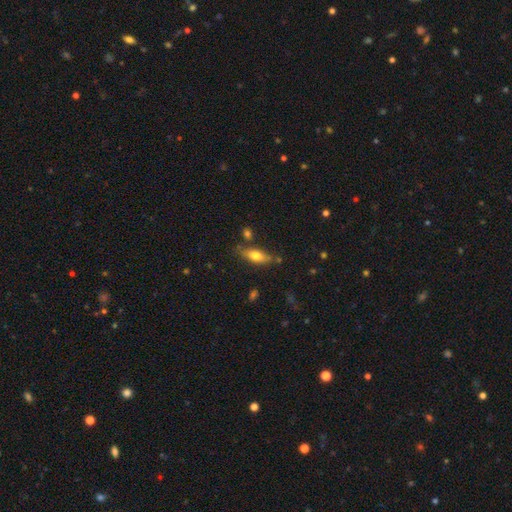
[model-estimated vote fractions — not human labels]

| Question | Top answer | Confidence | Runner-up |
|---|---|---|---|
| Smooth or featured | smooth | 68% | featured or disk (25%) |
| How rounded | in between | 70% | cigar-shaped (27%) |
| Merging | none | 71% | minor disturbance (18%) |